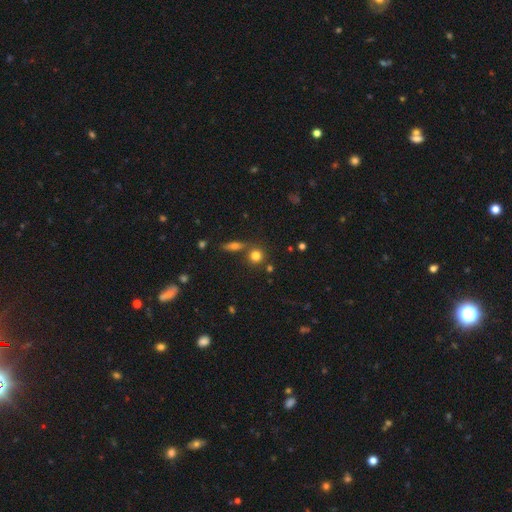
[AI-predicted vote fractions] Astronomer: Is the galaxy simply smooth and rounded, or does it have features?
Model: smooth — 78%.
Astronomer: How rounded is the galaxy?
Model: round — 87%.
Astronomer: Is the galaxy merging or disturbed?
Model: none — 70%.